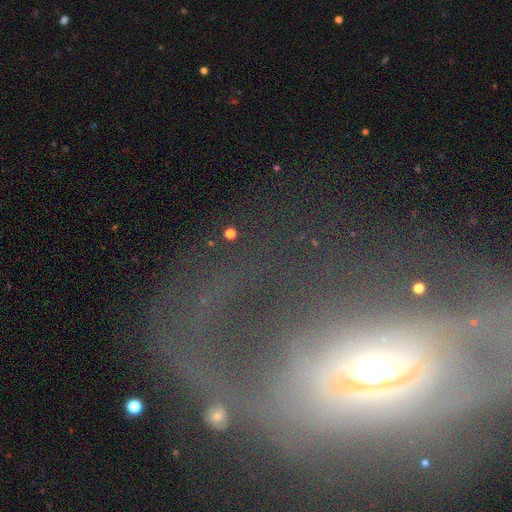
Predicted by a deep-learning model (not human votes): Overall: featured or disk (69%). Edge-on disk: no (89%). Bar: no (54%; weak 24%). Spiral arms: yes (53%; no 47%). Bulge size: moderate (60%). Merging: major disturbance (44%; none 36%).